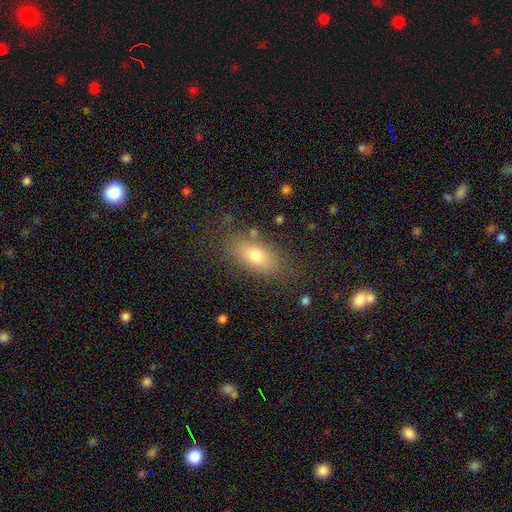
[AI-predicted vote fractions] Smooth or featured: smooth — 75% (featured or disk — 16%)
How rounded: in between — 85% (cigar-shaped — 9%)
Merging: none — 80% (minor disturbance — 13%)